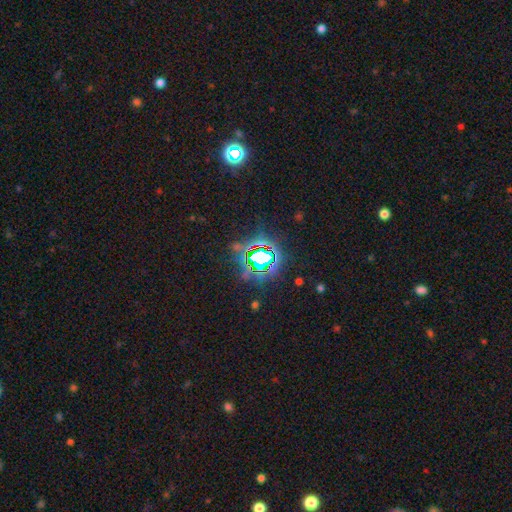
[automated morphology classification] smooth-or-featured: star or artifact: 78% | smooth: 13% | featured or disk: 9%